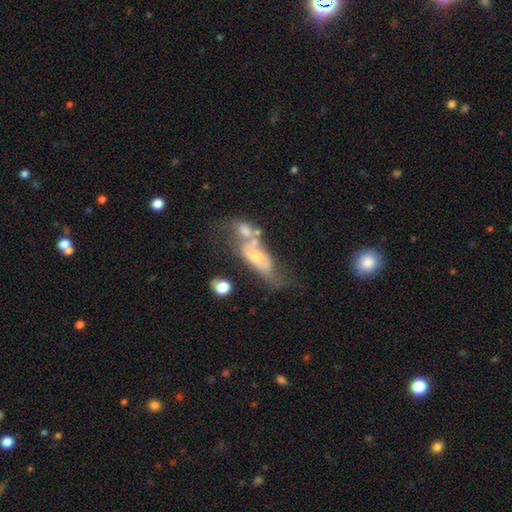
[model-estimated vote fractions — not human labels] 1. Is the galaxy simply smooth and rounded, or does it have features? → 59% featured or disk, 31% smooth, 10% star or artifact.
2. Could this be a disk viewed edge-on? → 82% no, 18% yes.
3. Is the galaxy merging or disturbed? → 39% merger, 24% none, 20% major disturbance, 17% minor disturbance.